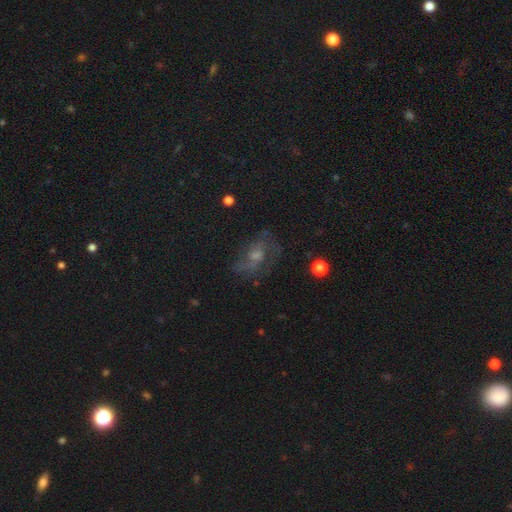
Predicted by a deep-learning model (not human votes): featured or disk 58%, smooth 24%, star or artifact 18%. Down the decision tree: edge-on disk — no (95%); bar — no (67%); spiral arms — yes (73%); bulge size — moderate (44%); merging — none (56%).